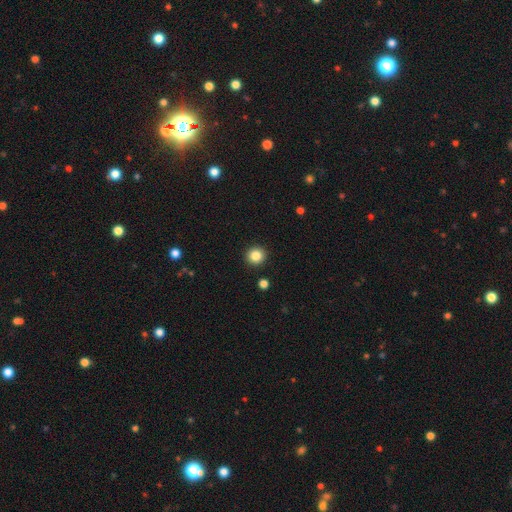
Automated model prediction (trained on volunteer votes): Morphology: type=smooth (85%); roundness=round (93%); merging=none (92%).